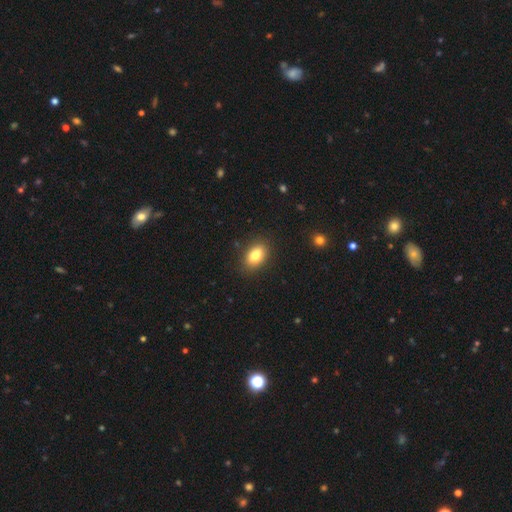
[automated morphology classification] type=smooth (81%); roundness=in between (87%); merging=none (87%).